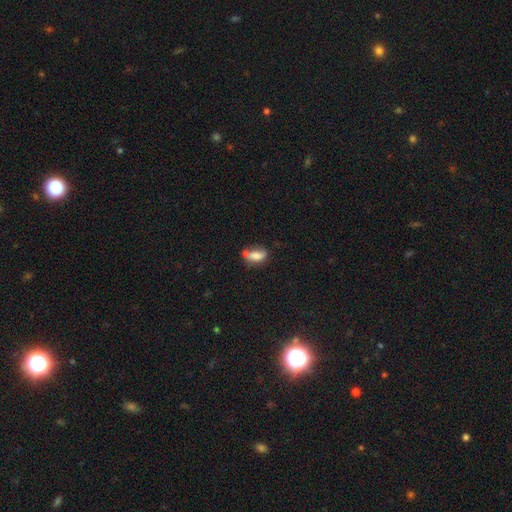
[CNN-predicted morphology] This is likely a smooth galaxy (74%). How rounded: clearly in between (81%). Merging: marginally none (42%).